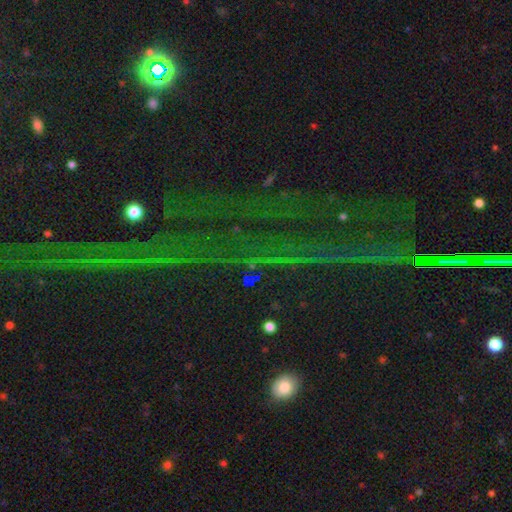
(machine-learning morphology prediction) The model was most divided on "smooth or featured": star or artifact: 76%, smooth: 13%, featured or disk: 11%.